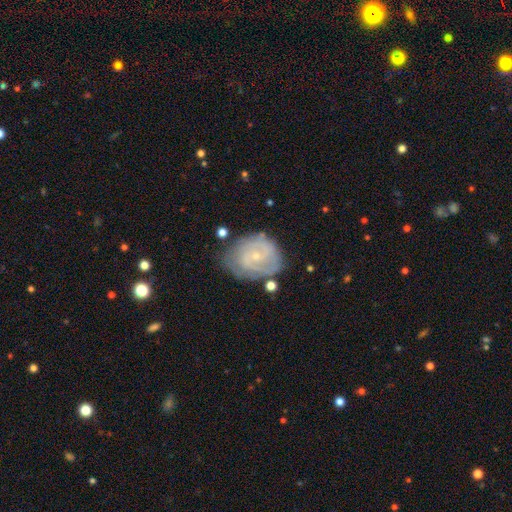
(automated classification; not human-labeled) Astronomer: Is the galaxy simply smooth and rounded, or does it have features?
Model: featured or disk — 75%.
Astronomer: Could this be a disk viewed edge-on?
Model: no — 97%.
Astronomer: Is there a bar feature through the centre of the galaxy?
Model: no — 64%.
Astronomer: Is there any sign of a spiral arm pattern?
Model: yes — 88%.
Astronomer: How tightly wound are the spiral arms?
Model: tight — 63%.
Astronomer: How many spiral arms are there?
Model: can't tell — 40% (runner-up: 2, 33%).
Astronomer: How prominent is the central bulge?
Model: small — 80%.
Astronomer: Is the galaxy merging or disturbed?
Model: none — 63%.